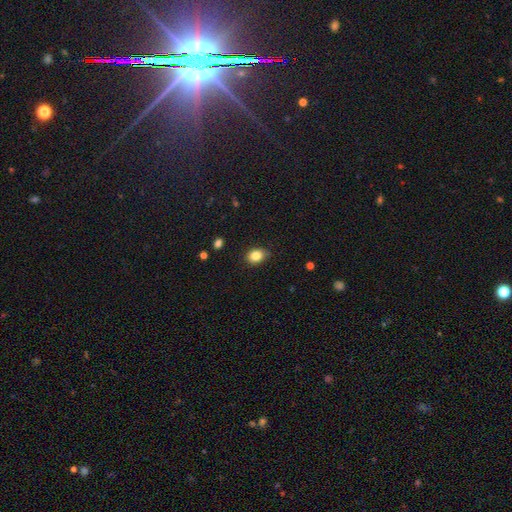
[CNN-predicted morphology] This is clearly a smooth galaxy (84%). How rounded: possibly in between (57%). Merging: clearly none (84%).